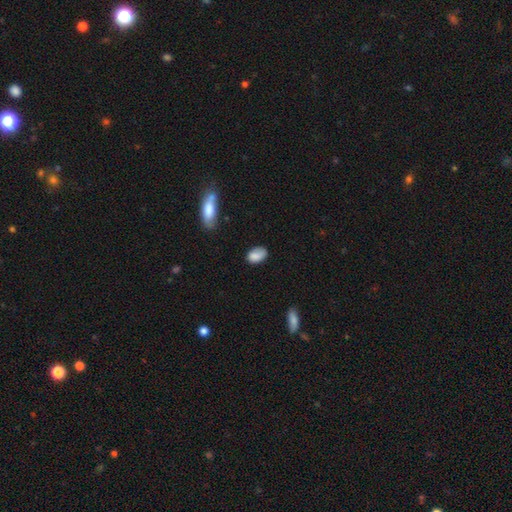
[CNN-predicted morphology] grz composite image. It shows a smooth galaxy with no disk features (85%) that is in between round and cigar-shaped (90%). Merging: none (67%).